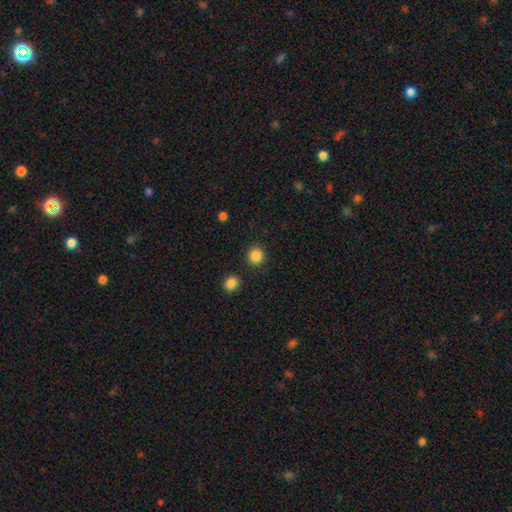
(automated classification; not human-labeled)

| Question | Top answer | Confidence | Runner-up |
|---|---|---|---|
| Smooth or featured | smooth | 86% | star or artifact (10%) |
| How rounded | round | 92% | in between (7%) |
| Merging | none | 90% | minor disturbance (5%) |